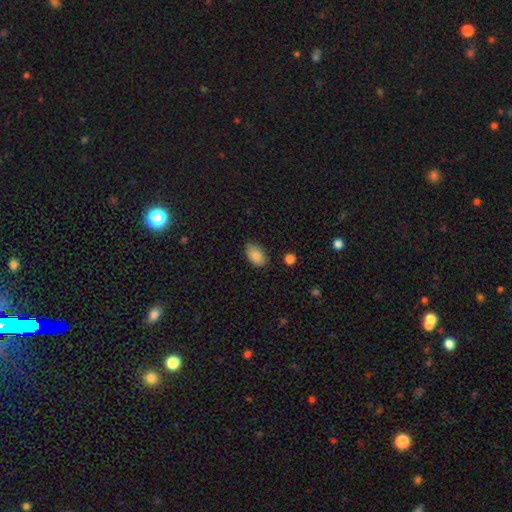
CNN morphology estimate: Smooth or featured: smooth — 88% (star or artifact — 7%)
How rounded: in between — 92% (round — 6%)
Merging: none — 76% (minor disturbance — 19%)